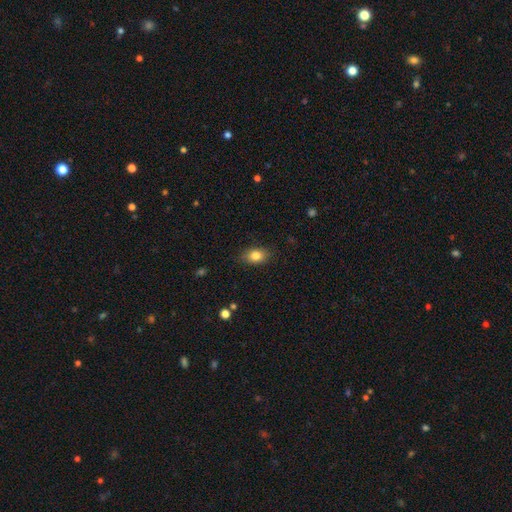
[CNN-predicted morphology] A smooth galaxy with no disk features (83%) that is in between round and cigar-shaped (79%).

Vote fractions:
- Smooth or featured? smooth: 83% / star or artifact: 9% / featured or disk: 8%
- How rounded? in between: 79% / round: 19% / cigar-shaped: 2%
- Merging? none: 84% / minor disturbance: 12% / major disturbance: 3% / merger: 1%